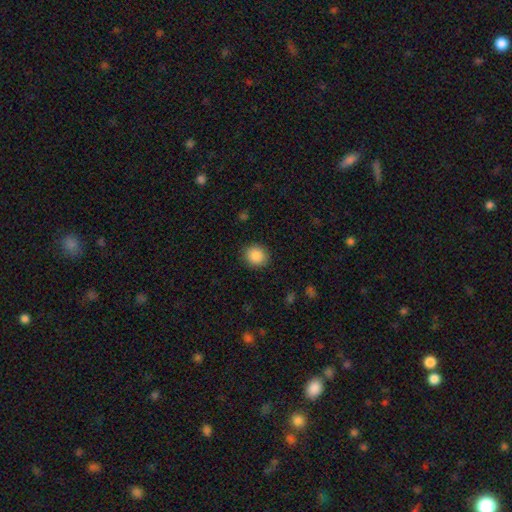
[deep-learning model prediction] Smooth or featured? smooth (89%)
How rounded? round (82%)
Merging? none (89%)